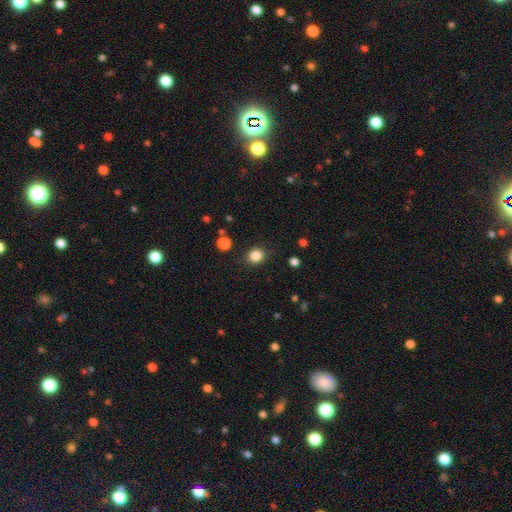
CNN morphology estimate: type=smooth (85%); roundness=round (79%); merging=none (86%).